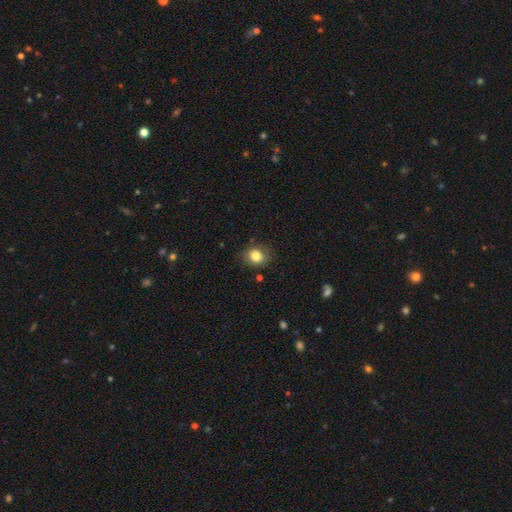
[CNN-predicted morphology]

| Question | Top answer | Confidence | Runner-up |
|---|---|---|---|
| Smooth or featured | smooth | 81% | star or artifact (10%) |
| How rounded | round | 62% | in between (37%) |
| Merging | none | 78% | minor disturbance (16%) |